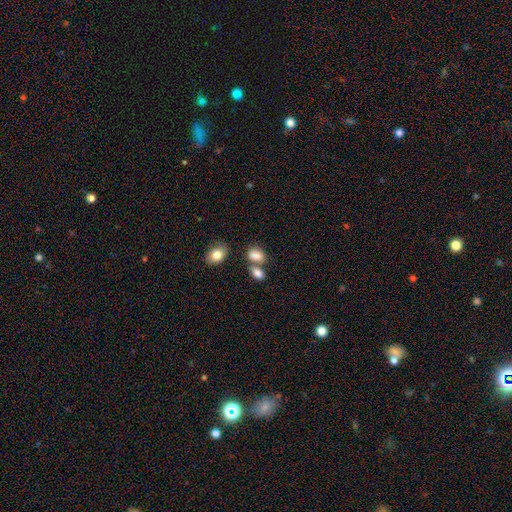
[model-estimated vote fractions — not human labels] A smooth galaxy with no disk features (83%) that is in between round and cigar-shaped (83%).

Vote fractions:
- Smooth or featured? smooth: 83% / star or artifact: 9% / featured or disk: 7%
- How rounded? in between: 83% / round: 15% / cigar-shaped: 2%
- Merging? none: 42% / merger: 40% / minor disturbance: 12% / major disturbance: 5%